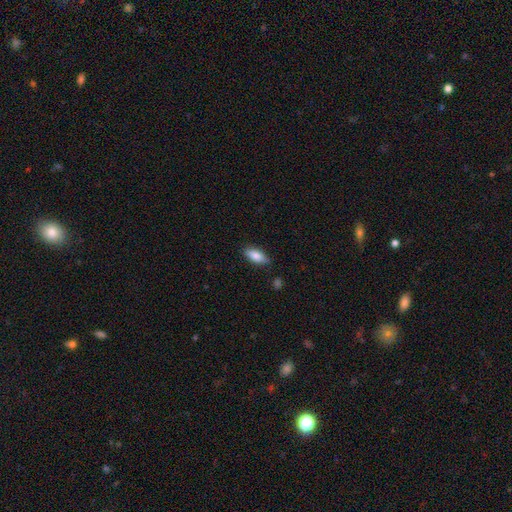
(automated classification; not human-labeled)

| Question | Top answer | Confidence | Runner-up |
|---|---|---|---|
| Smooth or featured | smooth | 82% | featured or disk (11%) |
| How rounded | in between | 80% | cigar-shaped (18%) |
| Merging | none | 83% | minor disturbance (13%) |